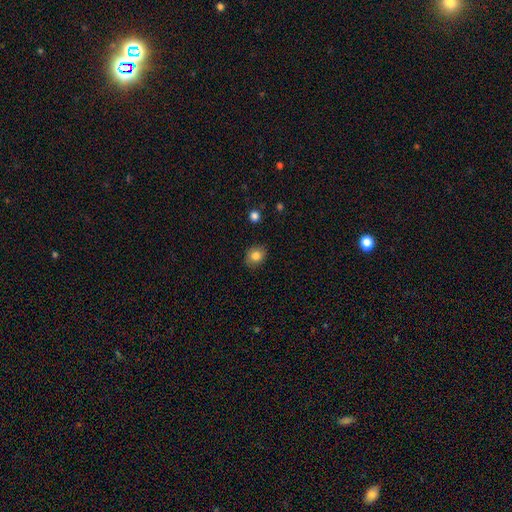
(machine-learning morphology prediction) type=smooth (83%); roundness=round (65%); merging=none (85%).